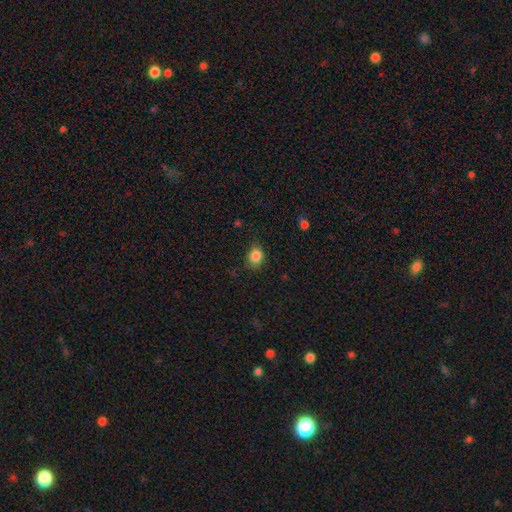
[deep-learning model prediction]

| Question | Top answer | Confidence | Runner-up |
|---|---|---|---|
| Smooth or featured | smooth | 85% | star or artifact (10%) |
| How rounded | round | 53% | in between (46%) |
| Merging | none | 79% | minor disturbance (17%) |